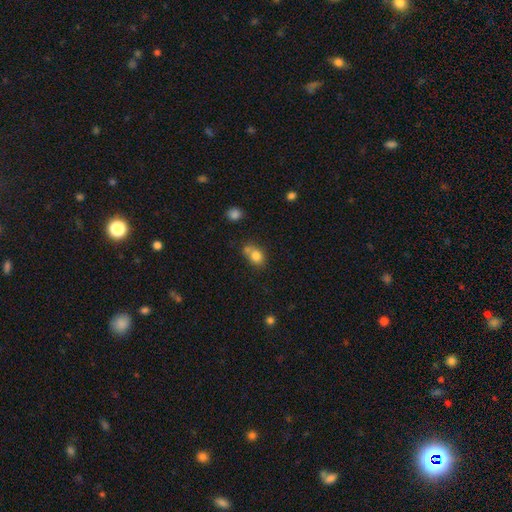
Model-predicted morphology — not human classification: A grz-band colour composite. It shows a smooth galaxy with no disk features (79%) that is in between round and cigar-shaped (52%). Merging: none (50%).